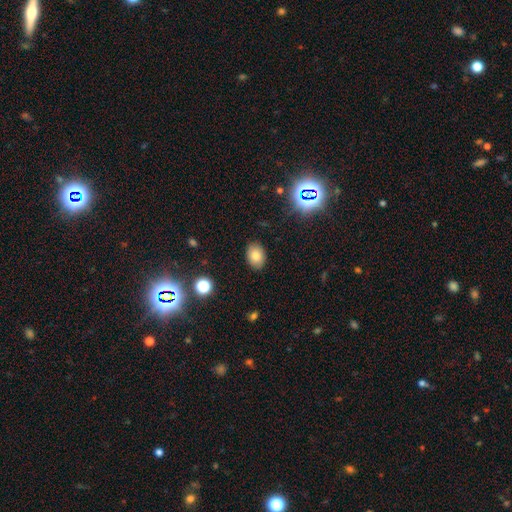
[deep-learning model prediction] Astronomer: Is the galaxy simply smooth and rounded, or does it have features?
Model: smooth — 79%.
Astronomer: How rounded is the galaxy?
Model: in between — 76%.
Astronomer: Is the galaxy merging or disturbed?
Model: none — 87%.